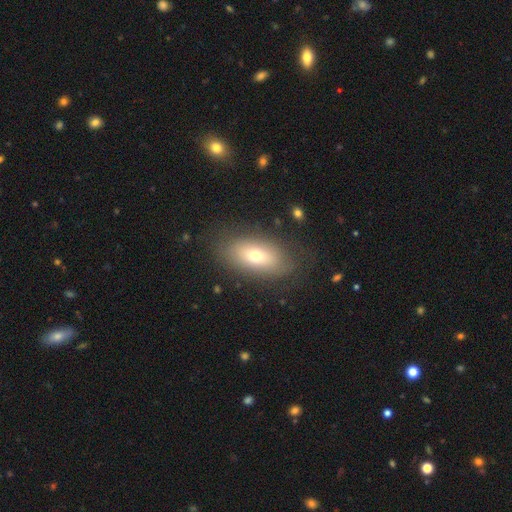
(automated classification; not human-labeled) Smooth or featured? smooth (65%)
How rounded? in between (88%)
Merging? none (78%)